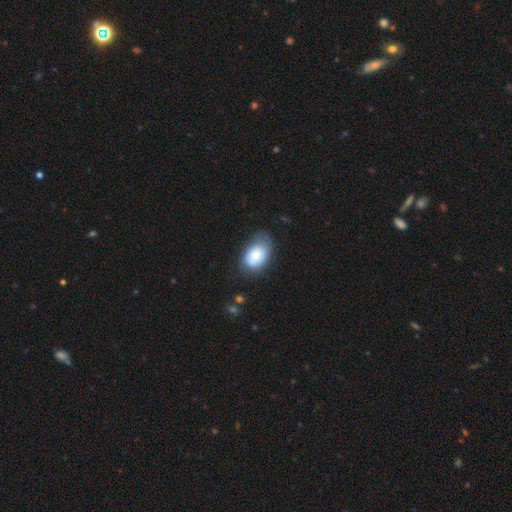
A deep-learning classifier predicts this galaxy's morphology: Smooth or featured?
  - smooth: 77% *
  - featured or disk: 16%
  - star or artifact: 7%
How rounded?
  - in between: 88% *
  - round: 11%
  - cigar-shaped: 1%
Merging?
  - none: 56% *
  - minor disturbance: 31%
  - major disturbance: 11%
  - merger: 2%